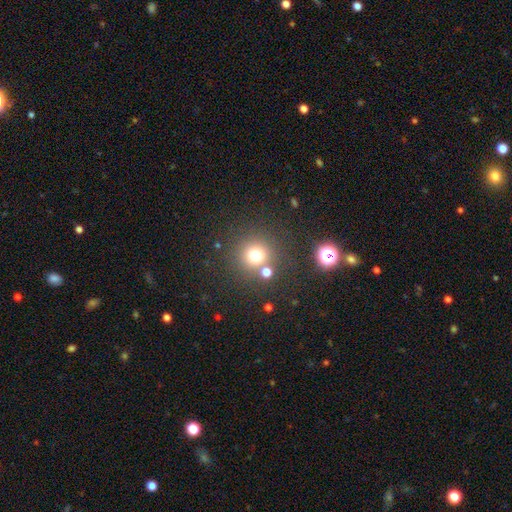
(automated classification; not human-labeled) Smooth or featured?
  - smooth: 72% *
  - star or artifact: 19%
  - featured or disk: 9%
How rounded?
  - round: 94% *
  - in between: 5%
  - cigar-shaped: 1%
Merging?
  - none: 77% *
  - merger: 11%
  - minor disturbance: 8%
  - major disturbance: 4%